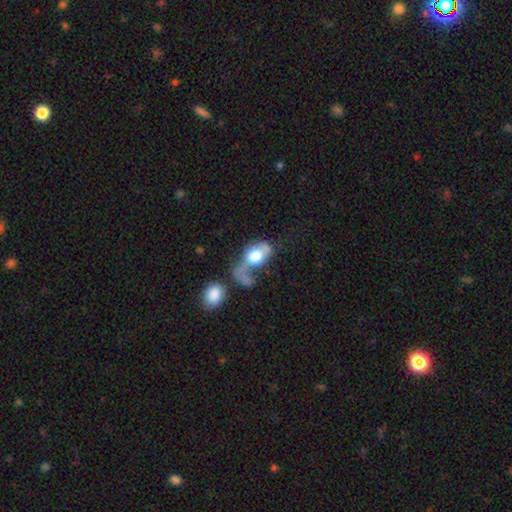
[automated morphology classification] Q: Smooth or featured?
A: smooth (53%); runner-up: featured or disk (39%)
Q: How rounded?
A: in between (74%); runner-up: round (23%)
Q: Merging?
A: major disturbance (43%); runner-up: merger (34%)